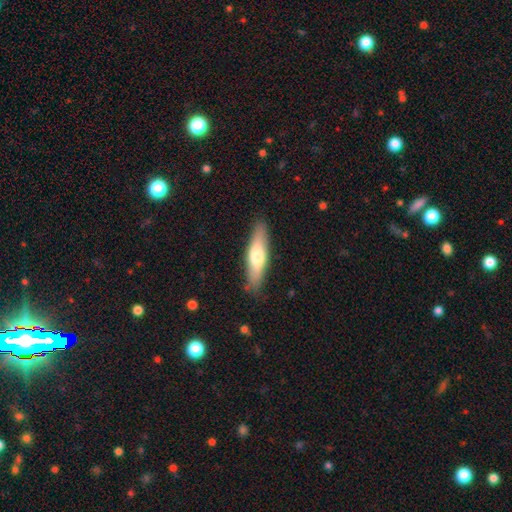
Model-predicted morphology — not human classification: Smooth or featured? smooth (61%)
How rounded? cigar-shaped (72%)
Merging? none (87%)